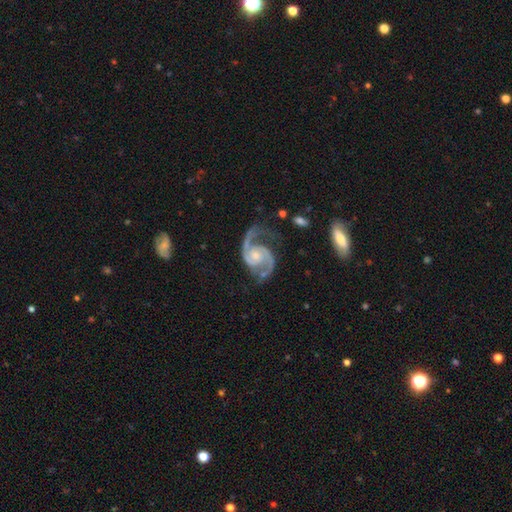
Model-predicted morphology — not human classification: Q: Smooth or featured?
A: featured or disk (93%); runner-up: star or artifact (4%)
Q: Edge-on disk?
A: no (98%); runner-up: yes (2%)
Q: Bar?
A: no (66%); runner-up: weak (28%)
Q: Spiral arms?
A: yes (98%); runner-up: no (2%)
Q: Spiral winding?
A: medium (60%); runner-up: tight (21%)
Q: Spiral arm count?
A: 2 (94%); runner-up: can't tell (1%)
Q: Bulge size?
A: small (45%); tied with: moderate (45%)
Q: Merging?
A: none (68%); runner-up: minor disturbance (19%)